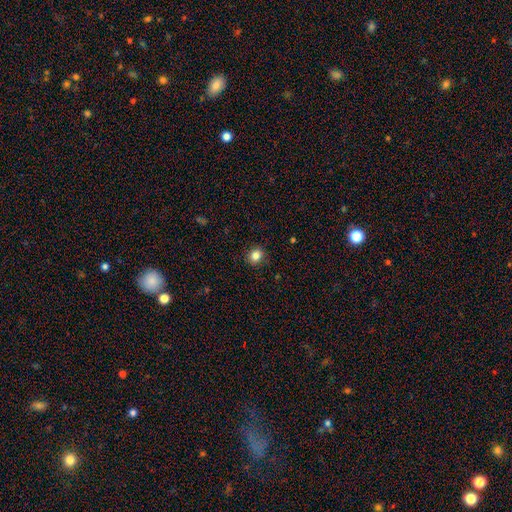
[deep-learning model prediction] Overall: smooth (84%). How rounded: round (74%). Merging: none (89%).